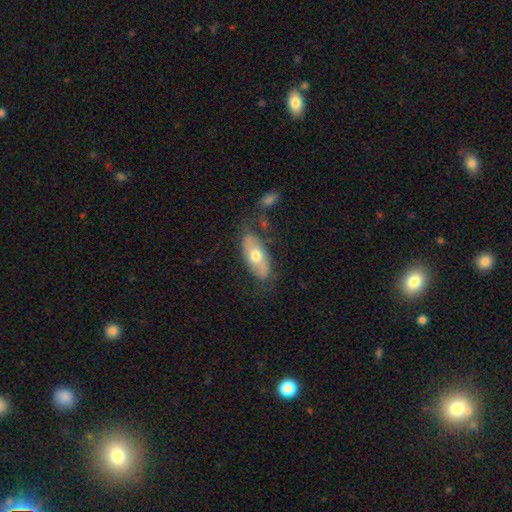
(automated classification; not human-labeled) A smooth galaxy with no disk features (56%) that is in between round and cigar-shaped (87%).

Vote fractions:
- Smooth or featured? smooth: 56% / featured or disk: 38% / star or artifact: 6%
- How rounded? in between: 87% / cigar-shaped: 9% / round: 3%
- Merging? none: 71% / minor disturbance: 18% / major disturbance: 7% / merger: 4%